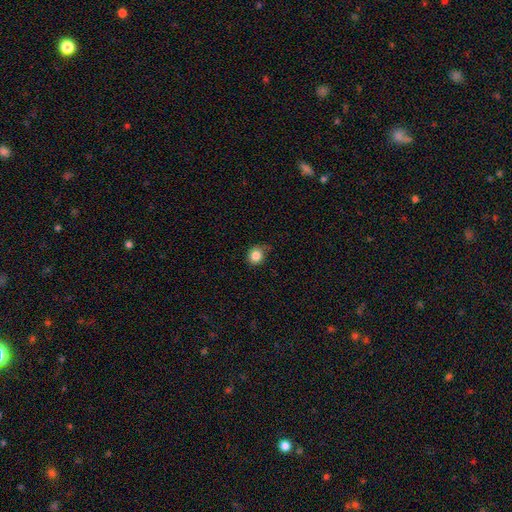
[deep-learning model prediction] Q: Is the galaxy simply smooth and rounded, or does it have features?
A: smooth — 84%.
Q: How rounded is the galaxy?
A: round — 80%.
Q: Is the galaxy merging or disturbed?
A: none — 73%.